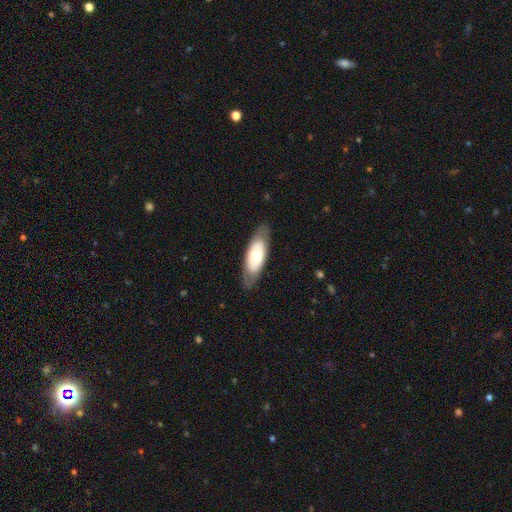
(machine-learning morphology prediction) smooth 56%, featured or disk 38%, star or artifact 5%. Down the decision tree: how rounded — in between (77%); merging — none (82%).